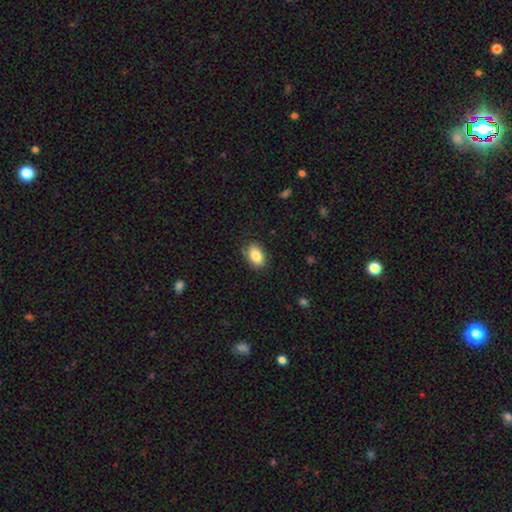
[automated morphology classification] smooth_or_featured: smooth (p=0.86) [alt: star or artifact p=0.07]
how_rounded: in between (p=0.87) [alt: round p=0.11]
merging: none (p=0.84) [alt: minor disturbance p=0.12]